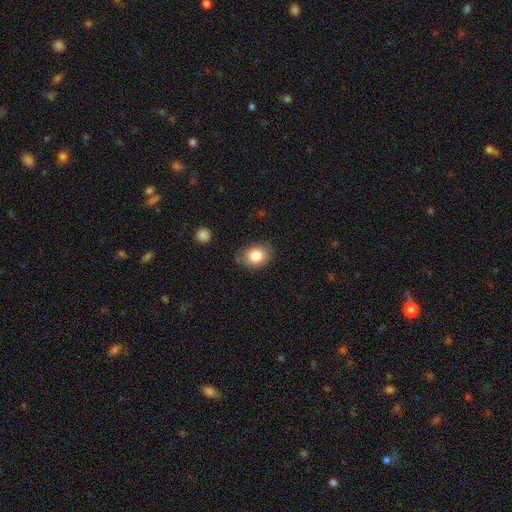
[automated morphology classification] Q: Smooth or featured?
A: smooth (83%); runner-up: star or artifact (9%)
Q: How rounded?
A: in between (59%); runner-up: round (41%)
Q: Merging?
A: none (76%); runner-up: minor disturbance (18%)